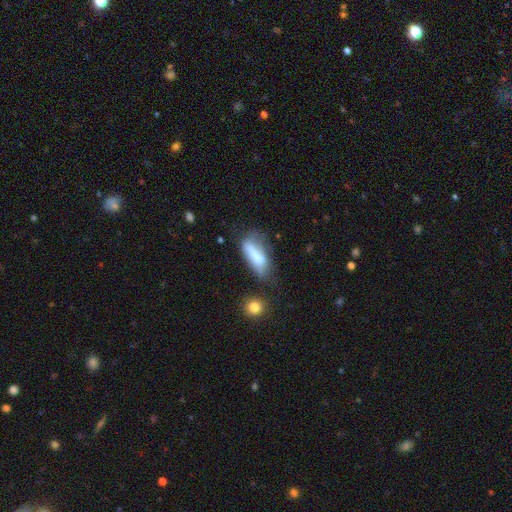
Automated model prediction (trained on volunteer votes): Smooth or featured? Predicted: smooth (p=0.65). How rounded? Predicted: in between (p=0.59). Merging? Predicted: none (p=0.38).